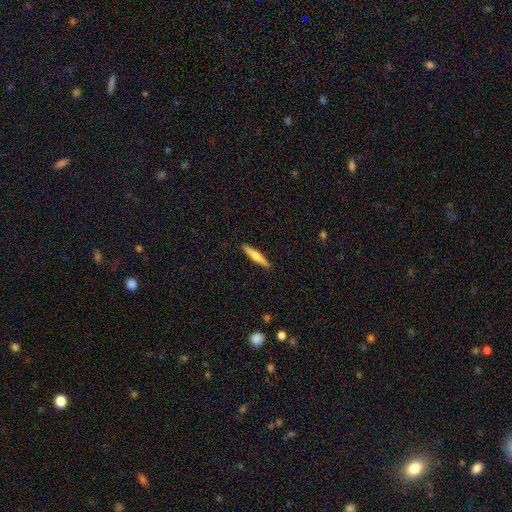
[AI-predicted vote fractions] smooth-or-featured: smooth: 51% | featured or disk: 44% | star or artifact: 5%
  how-rounded: cigar-shaped: 89% | in between: 9% | round: 2%
  merging: none: 91% | minor disturbance: 6% | major disturbance: 1% | merger: 1%